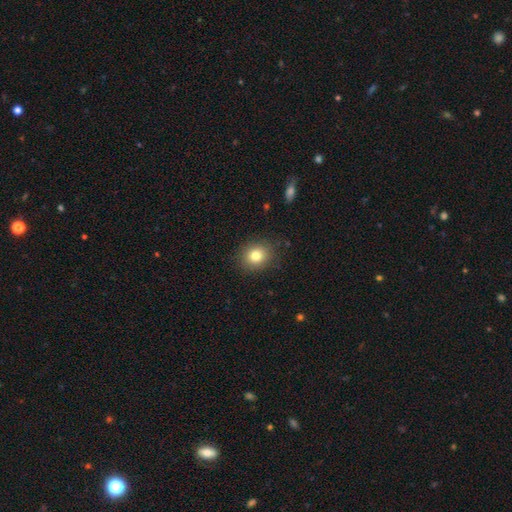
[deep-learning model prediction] Smooth or featured?
  - smooth: 80% *
  - star or artifact: 11%
  - featured or disk: 9%
How rounded?
  - round: 74% *
  - in between: 25%
  - cigar-shaped: 1%
Merging?
  - none: 87% *
  - minor disturbance: 9%
  - major disturbance: 3%
  - merger: 1%